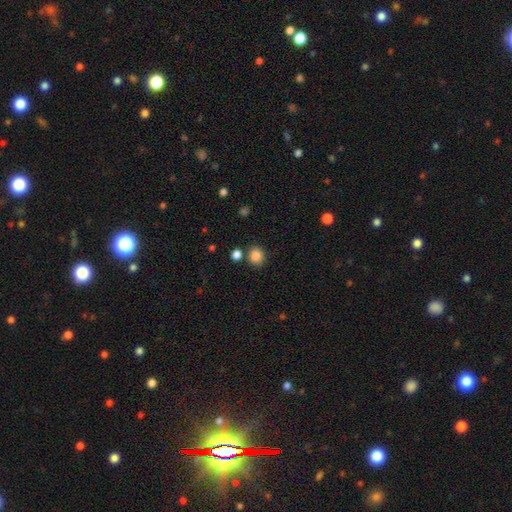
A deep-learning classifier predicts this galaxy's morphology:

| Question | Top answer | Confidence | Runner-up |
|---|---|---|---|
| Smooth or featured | smooth | 85% | star or artifact (11%) |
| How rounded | round | 84% | in between (15%) |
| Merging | none | 82% | minor disturbance (8%) |